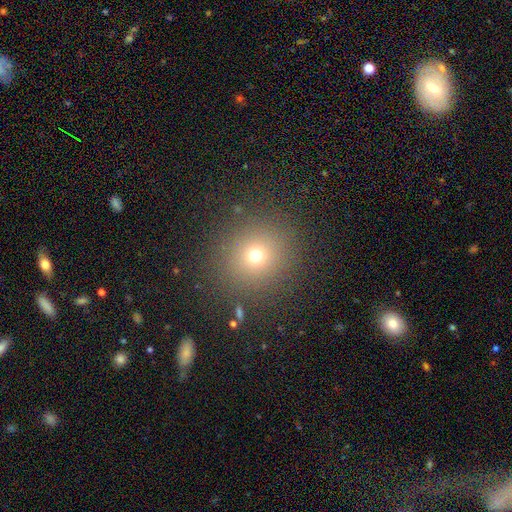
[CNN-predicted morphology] This is likely a smooth galaxy (70%). How rounded: clearly round (88%). Merging: clearly none (86%).